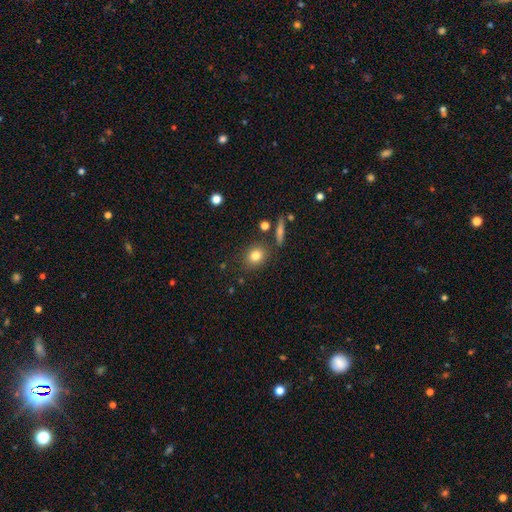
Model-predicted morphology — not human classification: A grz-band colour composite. It shows a smooth galaxy with no disk features (80%) that is round (59%). Merging: none (82%).